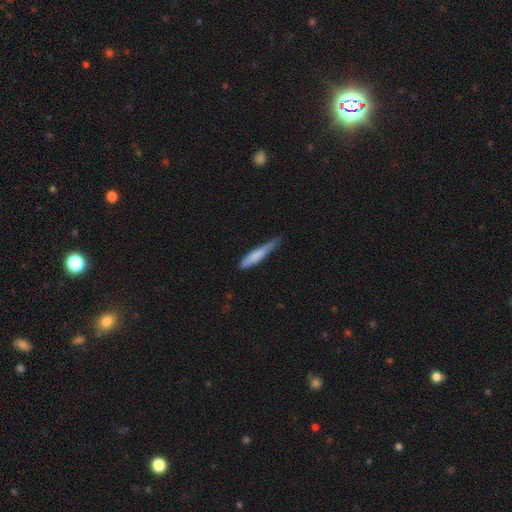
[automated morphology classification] Smooth or featured? Predicted: smooth (p=0.76). How rounded? Predicted: cigar-shaped (p=0.90). Merging? Predicted: none (p=0.53).